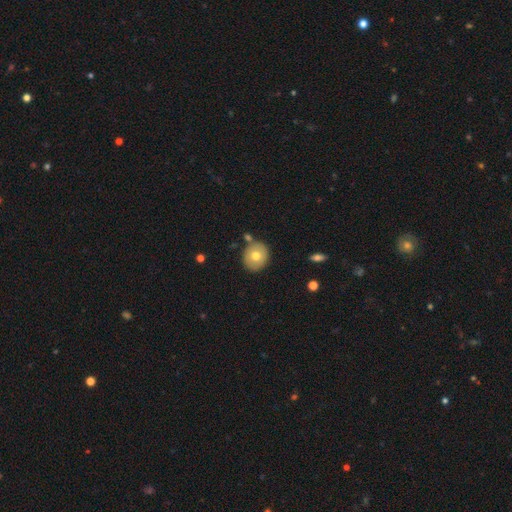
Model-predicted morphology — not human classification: type=smooth (69%); roundness=round (77%); merging=none (80%).